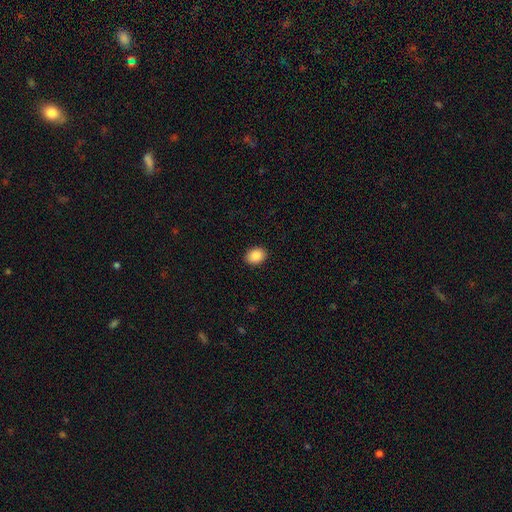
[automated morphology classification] The model was most divided on "how rounded": in between: 61%, round: 38%, cigar-shaped: 1%. More confident: merging — none (91%); smooth or featured — smooth (89%).